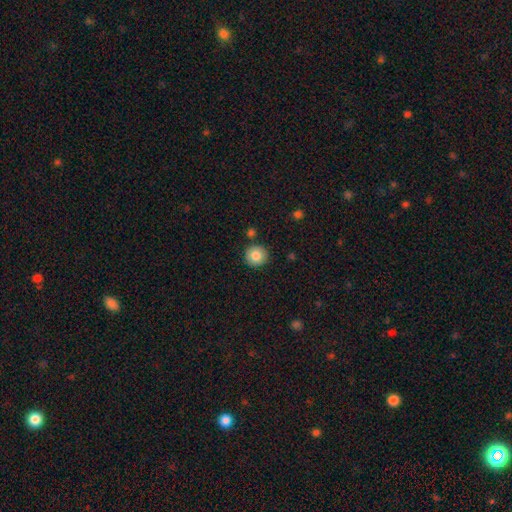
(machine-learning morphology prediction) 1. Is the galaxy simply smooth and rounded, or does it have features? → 84% smooth, 9% star or artifact, 8% featured or disk.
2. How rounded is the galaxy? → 92% round, 7% in between, 1% cigar-shaped.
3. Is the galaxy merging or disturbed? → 88% none, 7% minor disturbance, 3% merger, 2% major disturbance.